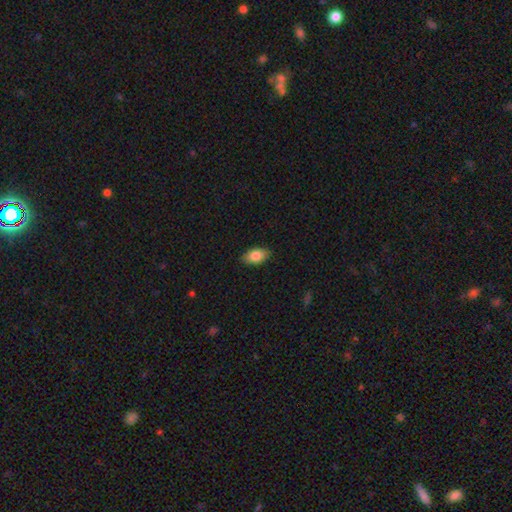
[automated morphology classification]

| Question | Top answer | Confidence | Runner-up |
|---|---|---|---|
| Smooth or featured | smooth | 83% | featured or disk (10%) |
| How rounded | in between | 92% | round (5%) |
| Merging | none | 87% | minor disturbance (10%) |